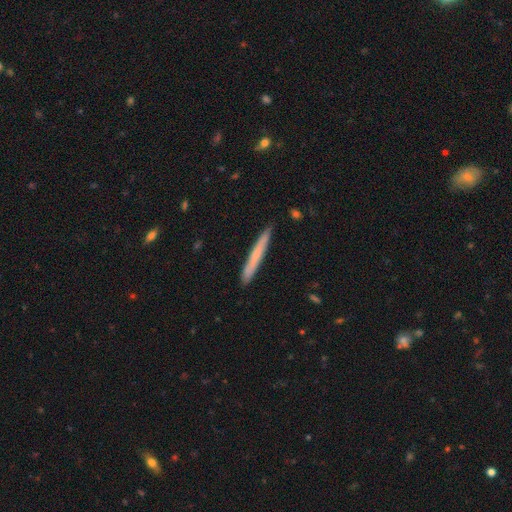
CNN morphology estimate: type=smooth (60%); roundness=cigar-shaped (97%); merging=none (89%).